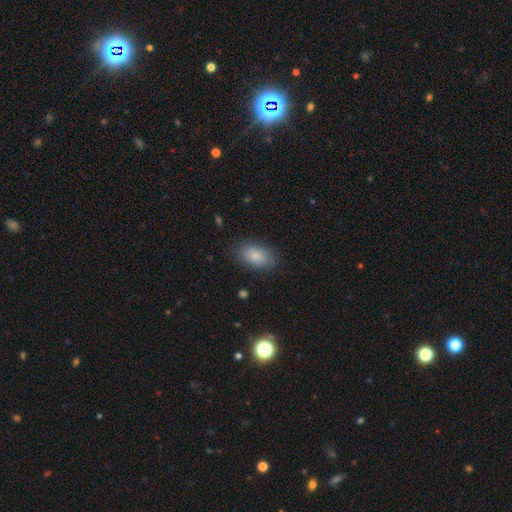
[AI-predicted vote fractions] A smooth galaxy with no disk features (83%) that is in between round and cigar-shaped (90%).

Vote fractions:
- Smooth or featured? smooth: 83% / featured or disk: 9% / star or artifact: 7%
- How rounded? in between: 90% / round: 8% / cigar-shaped: 2%
- Merging? none: 83% / minor disturbance: 12% / major disturbance: 4% / merger: 1%